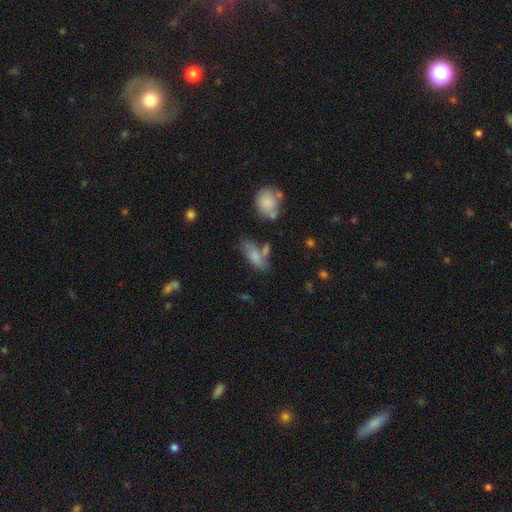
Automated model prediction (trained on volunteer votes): This appears to be a smooth galaxy with no disk features (76%) that is in between round and cigar-shaped (73%). Merging: none (51%).